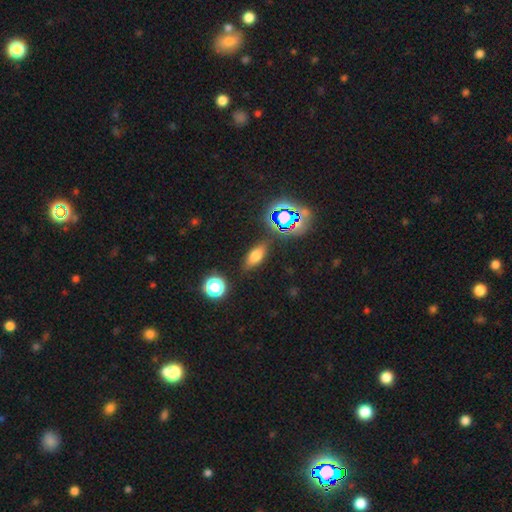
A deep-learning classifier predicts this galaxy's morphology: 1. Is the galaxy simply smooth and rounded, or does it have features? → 65% smooth, 20% star or artifact, 15% featured or disk.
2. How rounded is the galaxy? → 76% in between, 16% cigar-shaped, 8% round.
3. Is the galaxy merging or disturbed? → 83% none, 11% minor disturbance, 3% major disturbance, 3% merger.